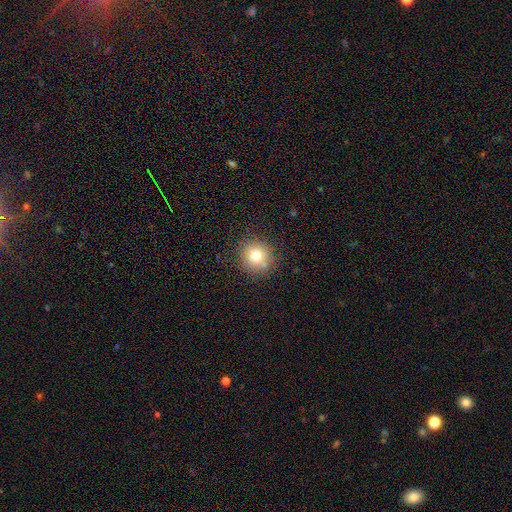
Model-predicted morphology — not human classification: Smooth or featured? Predicted: smooth (p=0.76). How rounded? Predicted: round (p=0.91). Merging? Predicted: none (p=0.83).